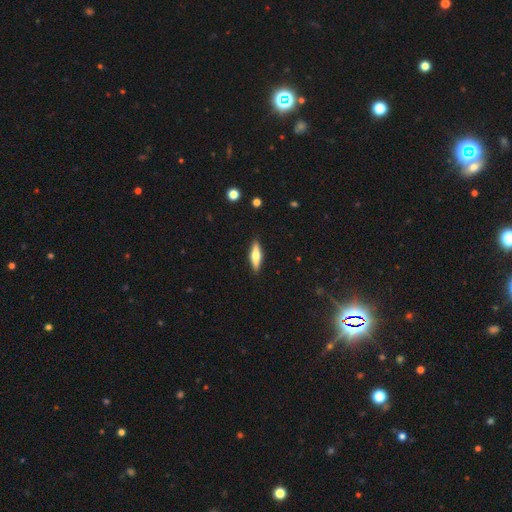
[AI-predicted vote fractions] smooth_or_featured: smooth (p=0.51) [alt: featured or disk p=0.44]
how_rounded: cigar-shaped (p=0.66) [alt: in between p=0.32]
merging: none (p=0.89) [alt: minor disturbance p=0.08]